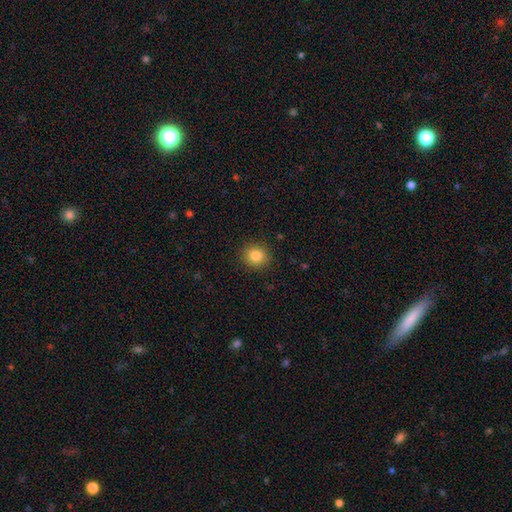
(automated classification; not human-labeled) This appears to be a smooth galaxy with no disk features (84%) that is round (88%). Merging: none (90%).